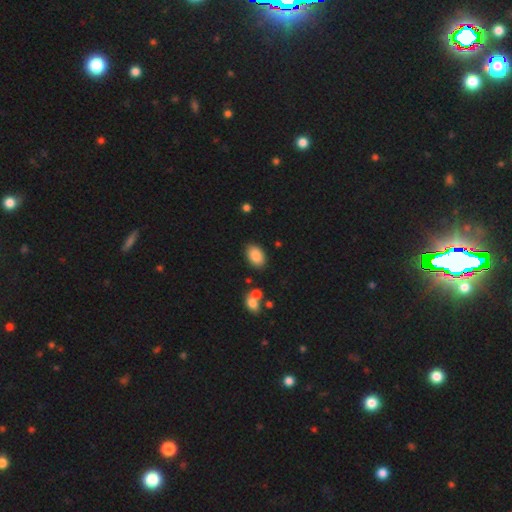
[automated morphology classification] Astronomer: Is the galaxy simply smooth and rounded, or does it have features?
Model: smooth — 87%.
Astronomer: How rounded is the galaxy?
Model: in between — 91%.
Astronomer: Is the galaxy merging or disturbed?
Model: none — 85%.